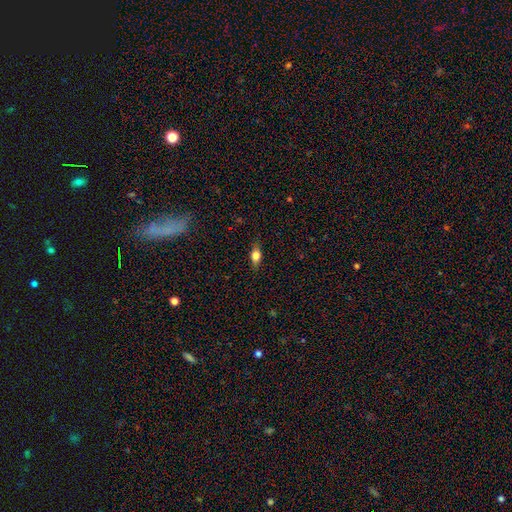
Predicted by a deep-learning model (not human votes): Smooth or featured: smooth — 72% (featured or disk — 19%)
How rounded: in between — 76% (cigar-shaped — 13%)
Merging: none — 83% (minor disturbance — 13%)